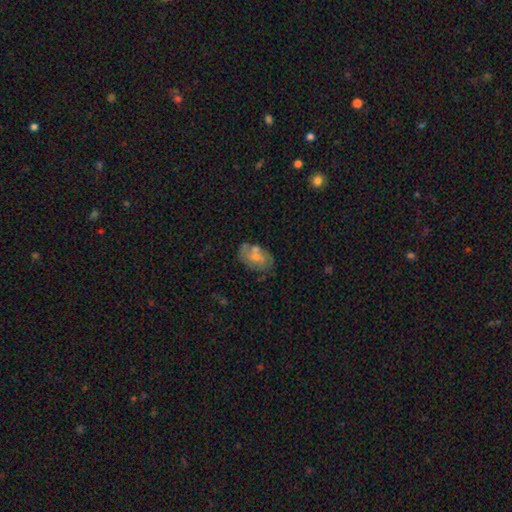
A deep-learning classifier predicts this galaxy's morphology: Smooth or featured?
  - smooth: 50% *
  - featured or disk: 43%
  - star or artifact: 8%
Merging?
  - none: 53% *
  - minor disturbance: 23%
  - merger: 15%
  - major disturbance: 9%